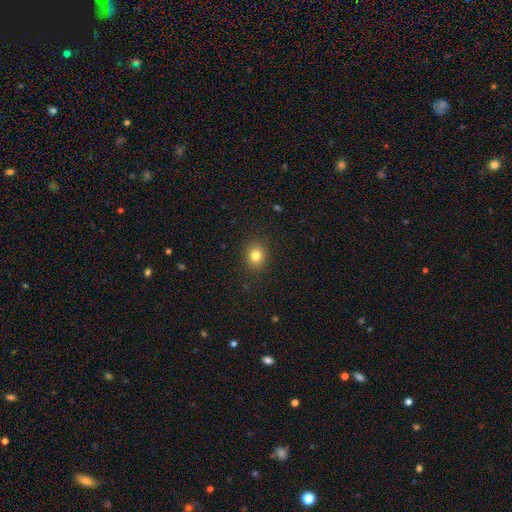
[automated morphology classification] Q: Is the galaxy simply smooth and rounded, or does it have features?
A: smooth — 81%.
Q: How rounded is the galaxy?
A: round — 68%.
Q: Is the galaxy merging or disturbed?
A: none — 89%.